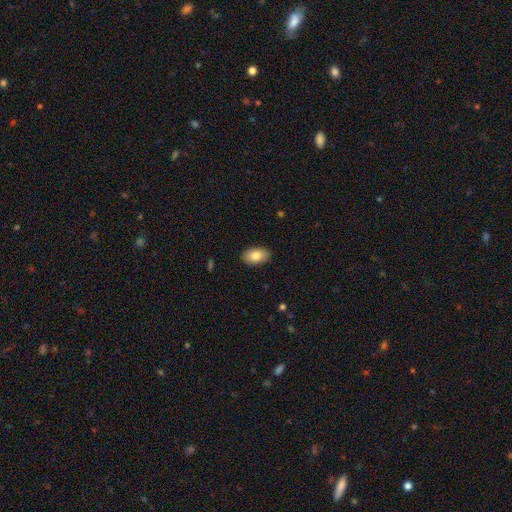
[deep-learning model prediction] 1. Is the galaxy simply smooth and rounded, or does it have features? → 83% smooth, 10% featured or disk, 7% star or artifact.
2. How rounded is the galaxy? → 92% in between, 7% round, 1% cigar-shaped.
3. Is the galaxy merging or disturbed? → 89% none, 8% minor disturbance, 2% major disturbance, 1% merger.